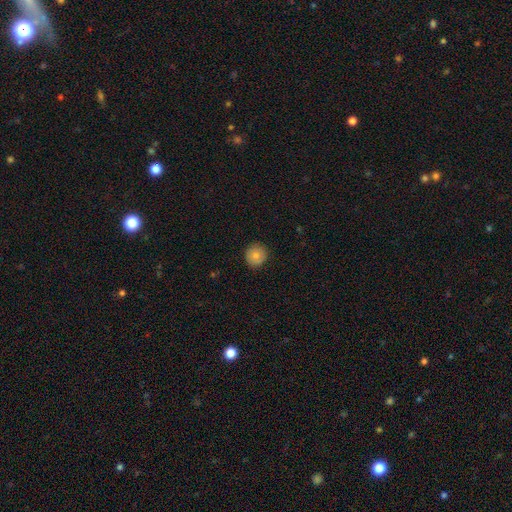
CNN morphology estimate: Overall: smooth (81%). How rounded: round (92%). Merging: none (89%).